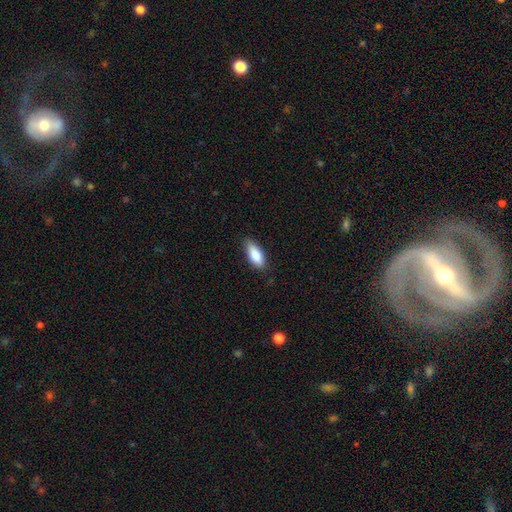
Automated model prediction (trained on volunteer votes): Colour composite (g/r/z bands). It shows a smooth galaxy with no disk features (83%) that is in between round and cigar-shaped (79%). Merging: none (80%).